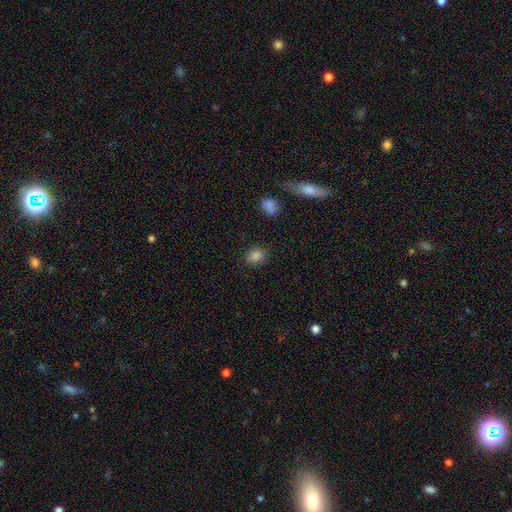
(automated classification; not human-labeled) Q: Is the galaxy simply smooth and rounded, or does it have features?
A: smooth — 84%.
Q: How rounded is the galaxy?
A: round — 51%.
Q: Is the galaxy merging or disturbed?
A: none — 83%.